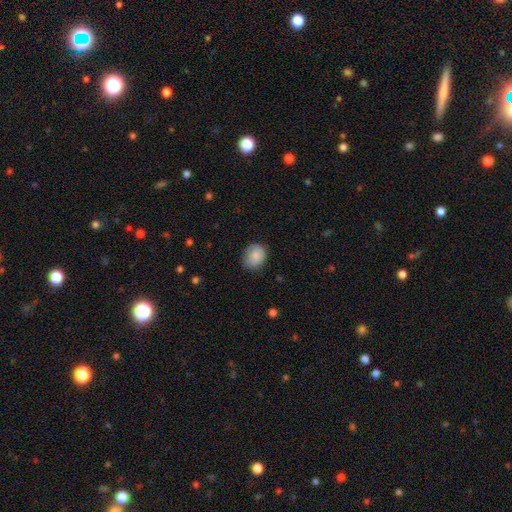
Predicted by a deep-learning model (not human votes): smooth-or-featured: smooth: 87% | star or artifact: 7% | featured or disk: 6%
  how-rounded: round: 54% | in between: 45% | cigar-shaped: 1%
  merging: none: 73% | minor disturbance: 22% | major disturbance: 4% | merger: 1%